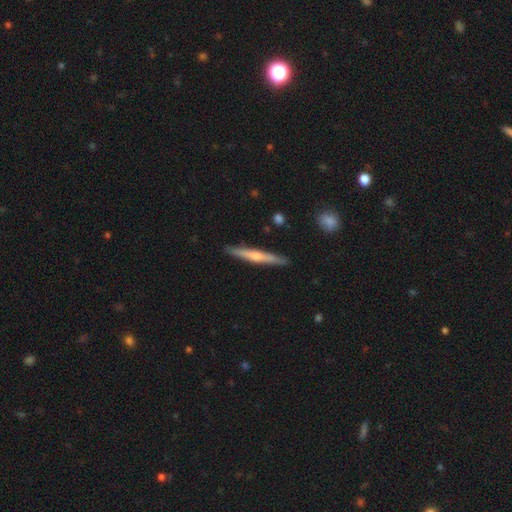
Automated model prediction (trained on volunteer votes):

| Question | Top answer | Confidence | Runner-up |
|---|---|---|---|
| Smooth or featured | featured or disk | 55% | smooth (39%) |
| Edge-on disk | yes | 96% | no (4%) |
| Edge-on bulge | rounded | 67% | none (28%) |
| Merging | none | 90% | minor disturbance (7%) |